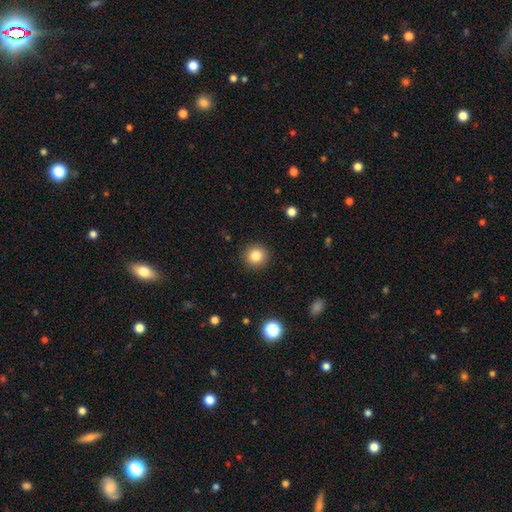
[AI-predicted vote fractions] smooth-or-featured: smooth: 84% | star or artifact: 11% | featured or disk: 6%
  how-rounded: round: 93% | in between: 6% | cigar-shaped: 1%
  merging: none: 91% | minor disturbance: 6% | major disturbance: 2% | merger: 1%